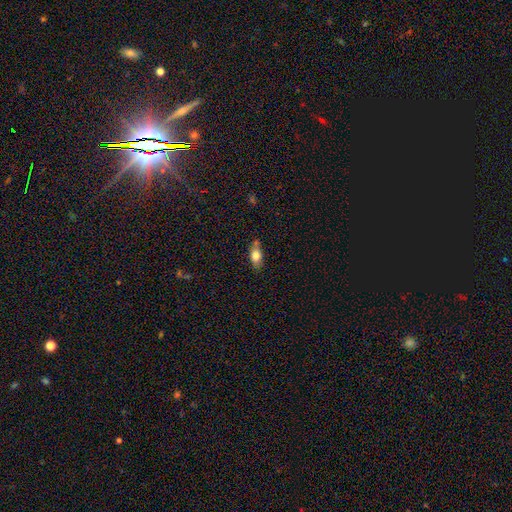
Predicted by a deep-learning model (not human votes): Smooth or featured? Predicted: smooth (p=0.74). How rounded? Predicted: in between (p=0.80). Merging? Predicted: none (p=0.67).